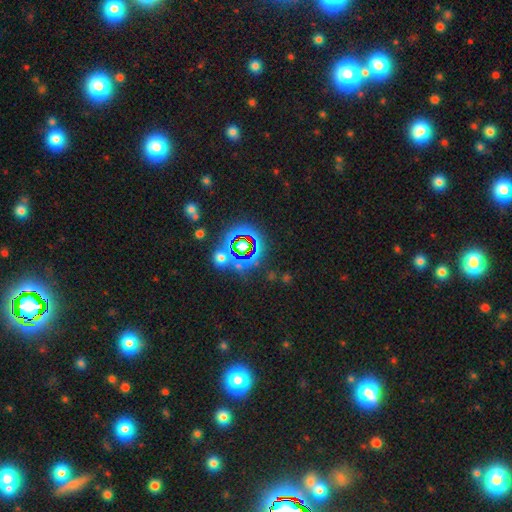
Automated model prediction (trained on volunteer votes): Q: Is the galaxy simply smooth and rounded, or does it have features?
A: star or artifact — 63%.